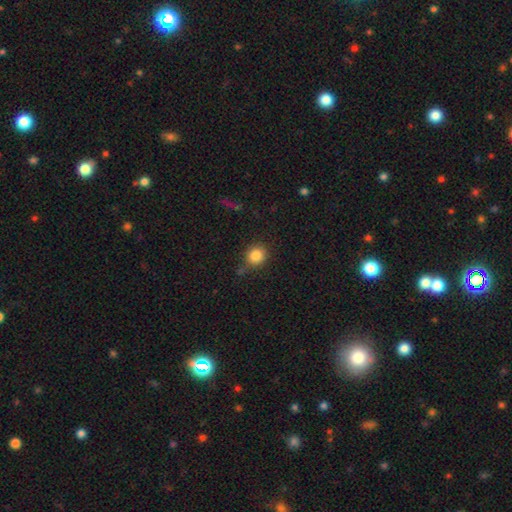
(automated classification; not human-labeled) smooth 85%, star or artifact 10%, featured or disk 5%. Down the decision tree: how rounded — round (86%); merging — none (78%).